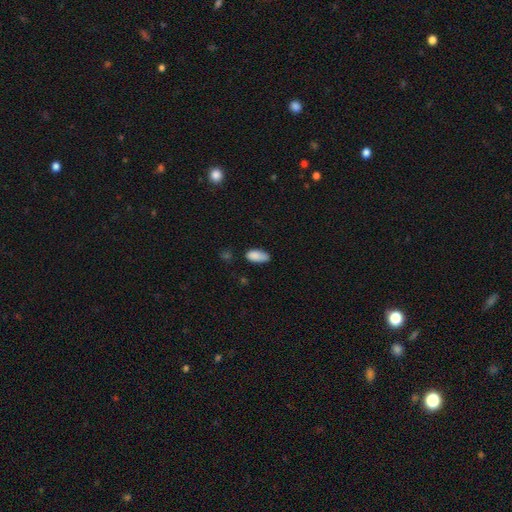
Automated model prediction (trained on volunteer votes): A smooth galaxy with no disk features (87%) that is in between round and cigar-shaped (90%).

Vote fractions:
- Smooth or featured? smooth: 87% / star or artifact: 8% / featured or disk: 5%
- How rounded? in between: 90% / cigar-shaped: 7% / round: 3%
- Merging? none: 63% / minor disturbance: 29% / major disturbance: 6% / merger: 3%